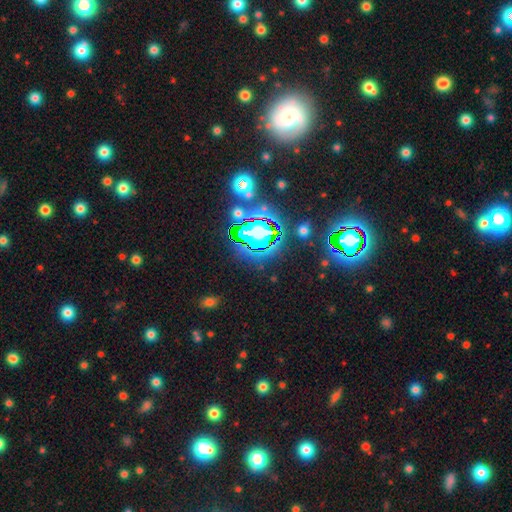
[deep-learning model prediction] Smooth or featured? Predicted: star or artifact (p=0.81).